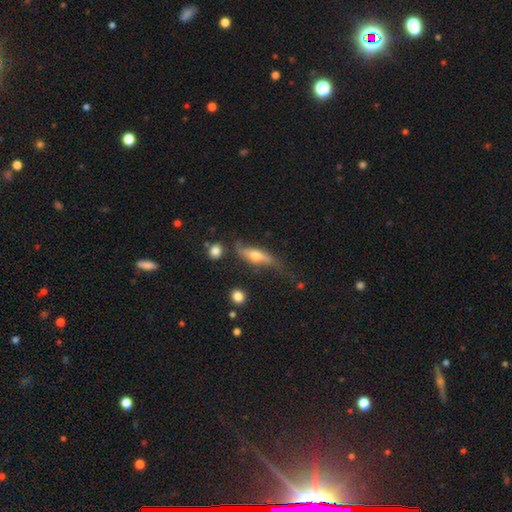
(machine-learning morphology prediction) This appears to be a featured or disk galaxy (55%) viewed edge-on (72%). Merging: none (49%).